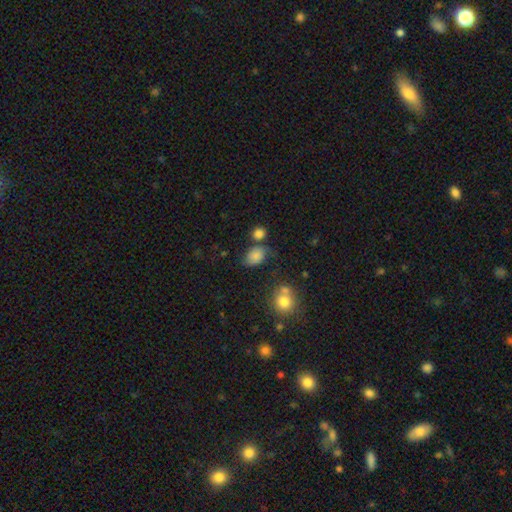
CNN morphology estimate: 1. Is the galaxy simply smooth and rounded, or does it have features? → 78% smooth, 11% featured or disk, 11% star or artifact.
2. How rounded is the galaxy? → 71% in between, 27% round, 1% cigar-shaped.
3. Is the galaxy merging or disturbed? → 55% none, 24% minor disturbance, 11% merger, 9% major disturbance.